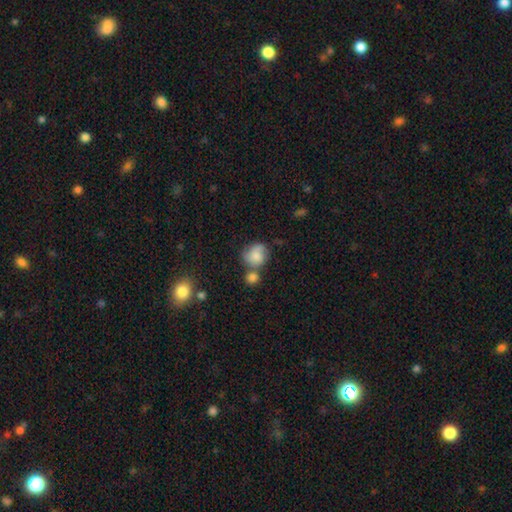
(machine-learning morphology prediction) Smooth or featured? Predicted: smooth (p=0.67). How rounded? Predicted: round (p=0.71). Merging? Predicted: none (p=0.44).